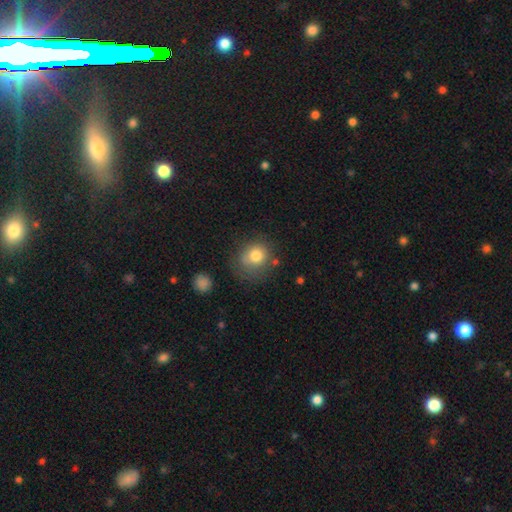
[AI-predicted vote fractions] Overall: smooth (79%). How rounded: round (77%). Merging: none (63%).